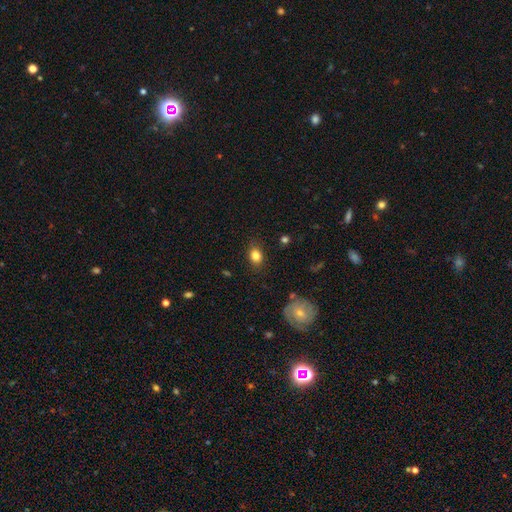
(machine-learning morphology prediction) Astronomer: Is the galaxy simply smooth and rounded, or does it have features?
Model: smooth — 82%.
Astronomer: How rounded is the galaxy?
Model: in between — 58% (runner-up: round, 40%).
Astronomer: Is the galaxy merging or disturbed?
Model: none — 82%.